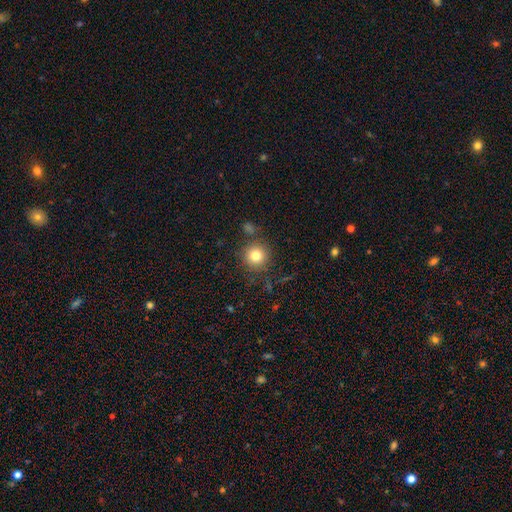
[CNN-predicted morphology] smooth-or-featured: smooth: 80% | star or artifact: 12% | featured or disk: 8%
  how-rounded: round: 94% | in between: 5% | cigar-shaped: 1%
  merging: none: 84% | minor disturbance: 8% | merger: 4% | major disturbance: 3%